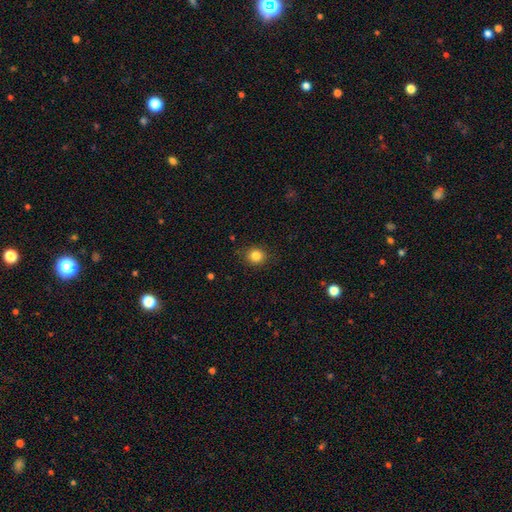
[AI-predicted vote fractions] smooth_or_featured: smooth (p=0.84) [alt: star or artifact p=0.11]
how_rounded: round (p=0.84) [alt: in between p=0.15]
merging: none (p=0.87) [alt: minor disturbance p=0.09]